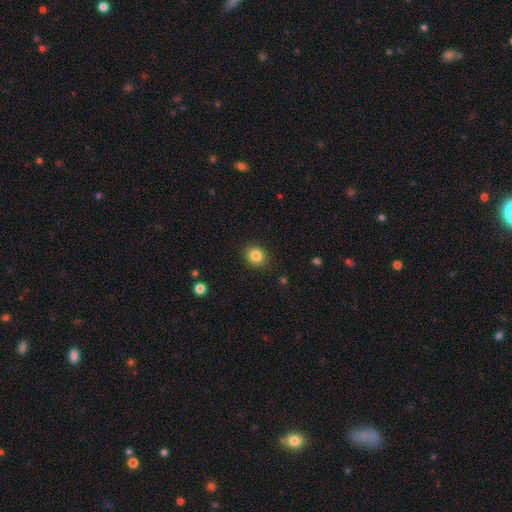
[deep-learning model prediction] Morphology: type=smooth (84%); roundness=round (72%); merging=none (89%).